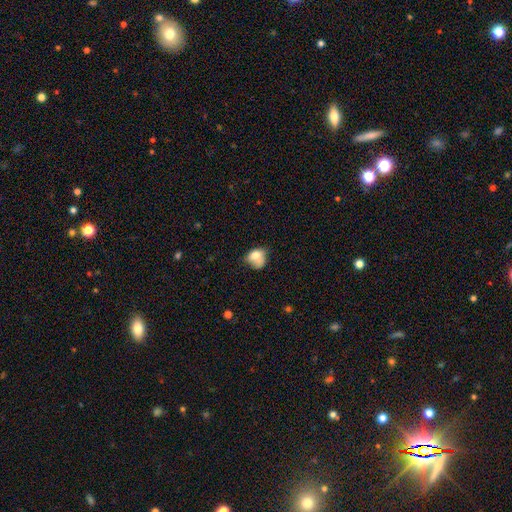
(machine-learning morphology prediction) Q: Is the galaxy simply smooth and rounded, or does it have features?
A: smooth — 71%.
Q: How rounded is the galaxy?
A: in between — 56%.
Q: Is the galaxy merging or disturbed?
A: minor disturbance — 33%.